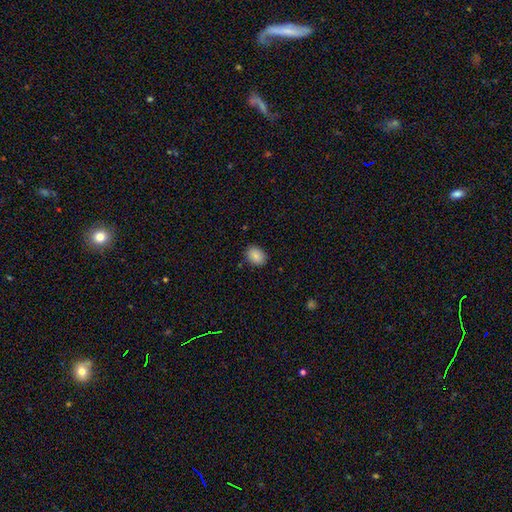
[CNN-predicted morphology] The model was most divided on "how rounded": in between: 66%, round: 33%, cigar-shaped: 1%. More confident: smooth or featured — smooth (88%); merging — none (86%).